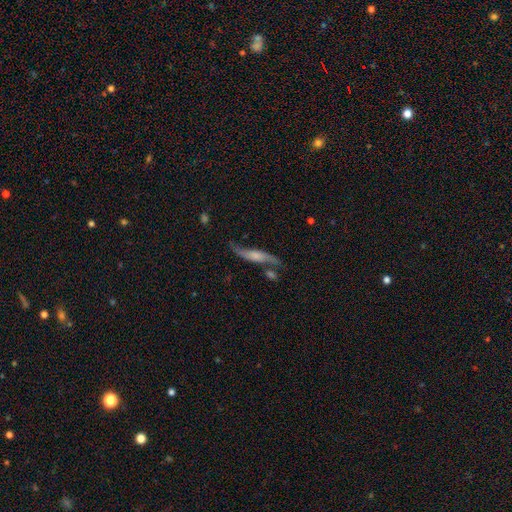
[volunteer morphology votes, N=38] Volunteers were most divided on "bulge size": none: 44%, small: 39%, moderate: 17%, dominant: 0%, large: 0%. Remaining: spiral arm count — 2 (100%); spiral winding — loose (87%); spiral arms — yes (83%); smooth or featured — featured or disk (74%); bar — no (72%); edge-on disk — no (64%); merging — none (49%).